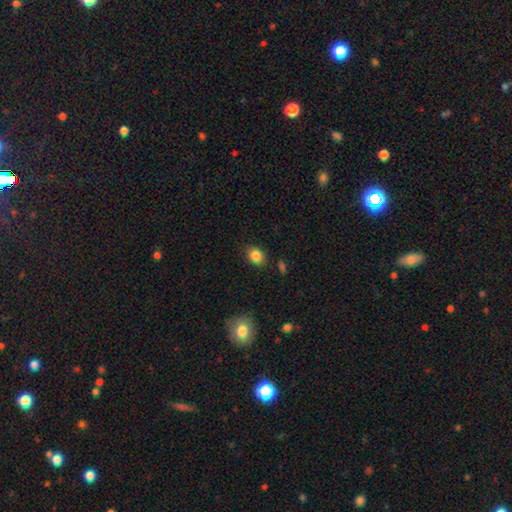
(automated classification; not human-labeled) This is clearly a smooth galaxy (85%). How rounded: possibly in between (58%). Merging: clearly none (80%).